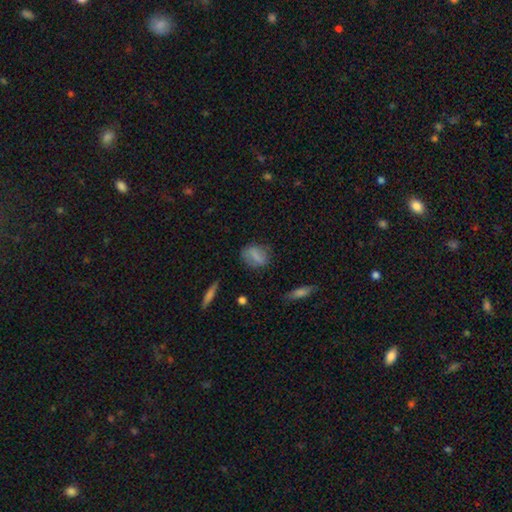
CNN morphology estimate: type=smooth (73%); roundness=in between (65%); merging=none (74%).